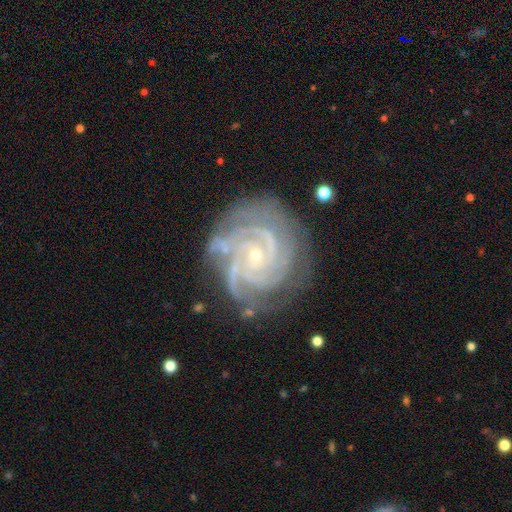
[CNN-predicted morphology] Smooth or featured: featured or disk — 92% (star or artifact — 5%)
Edge-on disk: no — 98% (yes — 2%)
Bar: no — 69% (weak — 22%)
Spiral arms: yes — 99% (no — 1%)
Spiral winding: tight — 77% (medium — 20%)
Spiral arm count: 3 — 32% (4 — 31%)
Bulge size: small — 83% (moderate — 13%)
Merging: none — 73% (minor disturbance — 18%)